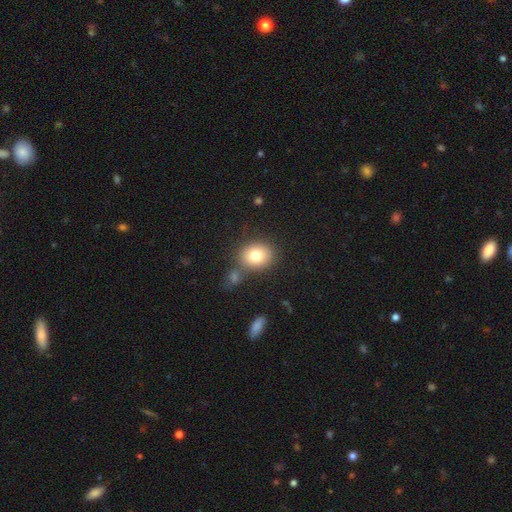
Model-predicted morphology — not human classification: The model was most divided on "how rounded": round: 61%, in between: 38%, cigar-shaped: 1%. More confident: smooth or featured — smooth (79%); merging — none (67%).